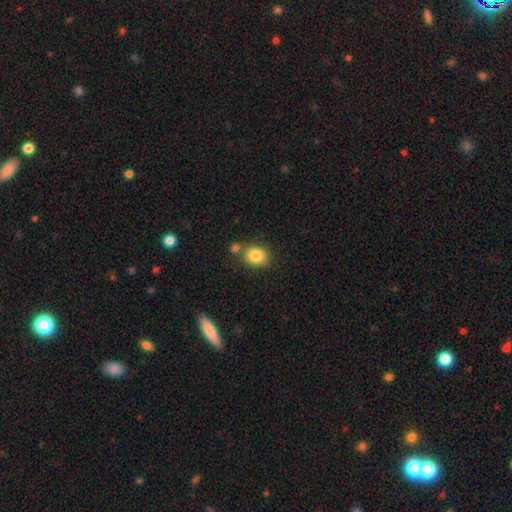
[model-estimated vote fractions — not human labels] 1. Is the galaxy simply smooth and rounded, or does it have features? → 84% smooth, 9% star or artifact, 7% featured or disk.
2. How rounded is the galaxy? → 56% in between, 43% round, 1% cigar-shaped.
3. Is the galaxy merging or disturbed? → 68% none, 16% merger, 13% minor disturbance, 4% major disturbance.